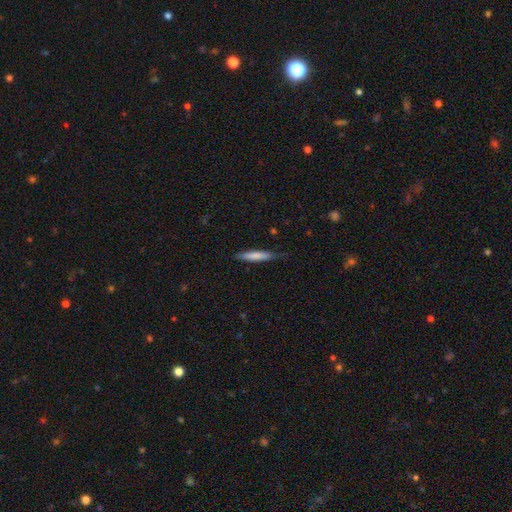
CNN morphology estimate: The model was most divided on "smooth or featured": smooth: 75%, featured or disk: 20%, star or artifact: 5%. More confident: how rounded — cigar-shaped (90%); merging — none (79%).